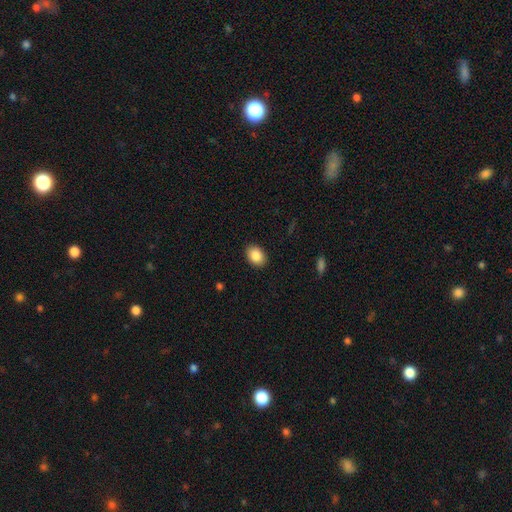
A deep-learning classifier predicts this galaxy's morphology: This is clearly a smooth galaxy (86%). How rounded: likely in between (73%). Merging: clearly none (90%).